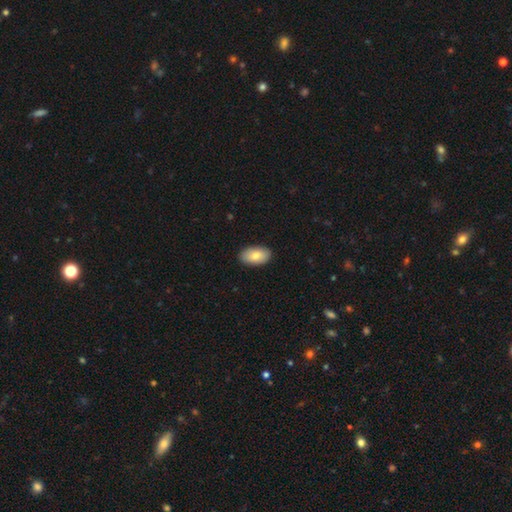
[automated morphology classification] This is clearly a smooth galaxy (82%). How rounded: clearly in between (95%). Merging: clearly none (89%).